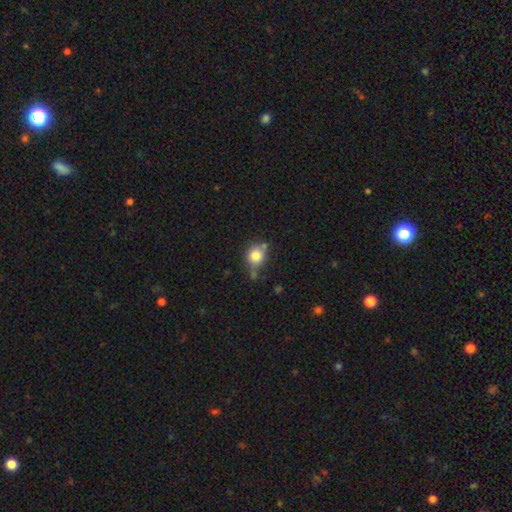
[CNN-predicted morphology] This is likely a smooth galaxy (79%). How rounded: likely round (76%). Merging: possibly none (57%).